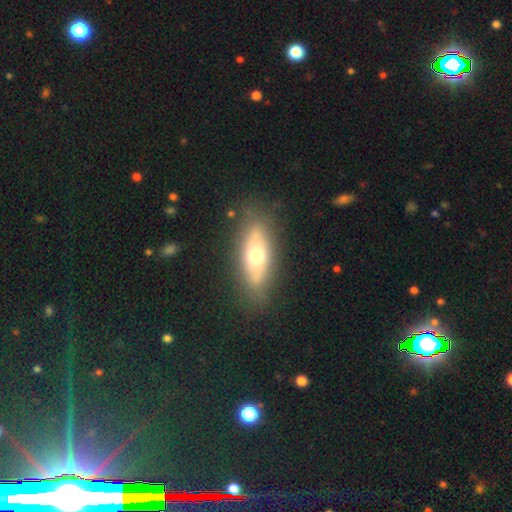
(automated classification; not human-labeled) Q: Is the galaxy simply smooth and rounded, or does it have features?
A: smooth — 50%.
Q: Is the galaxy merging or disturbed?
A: none — 80%.